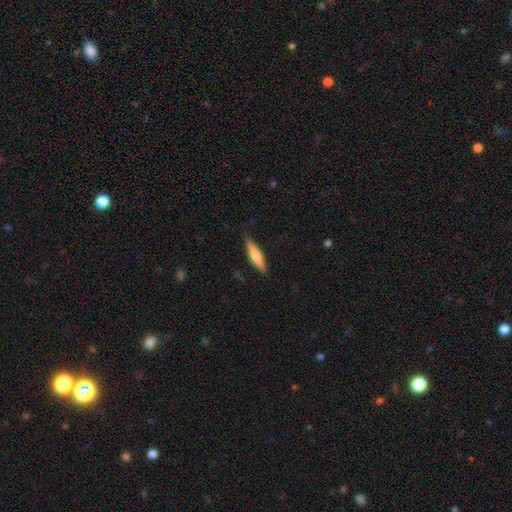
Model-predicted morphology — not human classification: Smooth or featured? smooth (65%)
How rounded? cigar-shaped (78%)
Merging? none (85%)